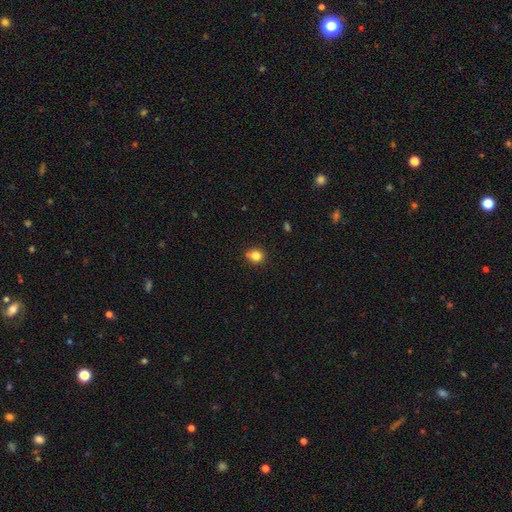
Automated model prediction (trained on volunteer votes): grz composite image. It shows a smooth galaxy with no disk features (81%) that is round (87%). Merging: none (74%).